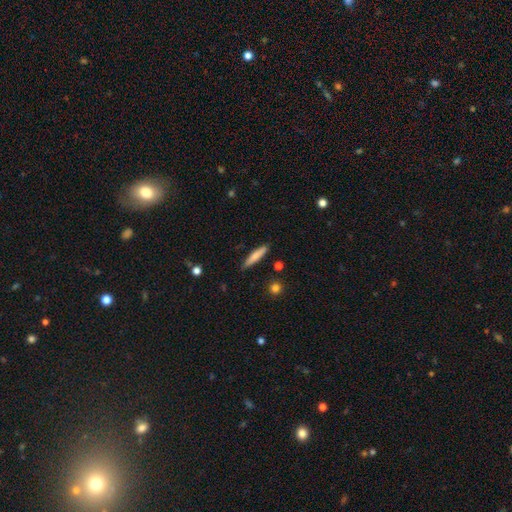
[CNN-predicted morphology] Q: Smooth or featured?
A: smooth (75%); runner-up: featured or disk (19%)
Q: How rounded?
A: cigar-shaped (89%); runner-up: in between (10%)
Q: Merging?
A: none (88%); runner-up: minor disturbance (9%)